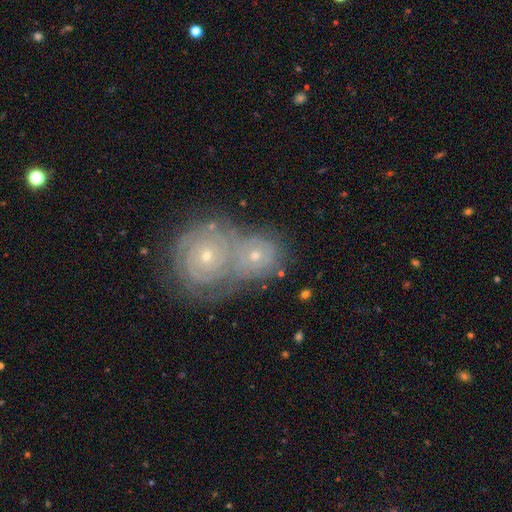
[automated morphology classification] featured or disk 80%, smooth 13%, star or artifact 7%. Down the decision tree: edge-on disk — no (97%); bar — no (80%); spiral arms — yes (93%); spiral arm count — can't tell (33%); spiral winding — tight (85%); bulge size — small (67%); merging — merger (51%).